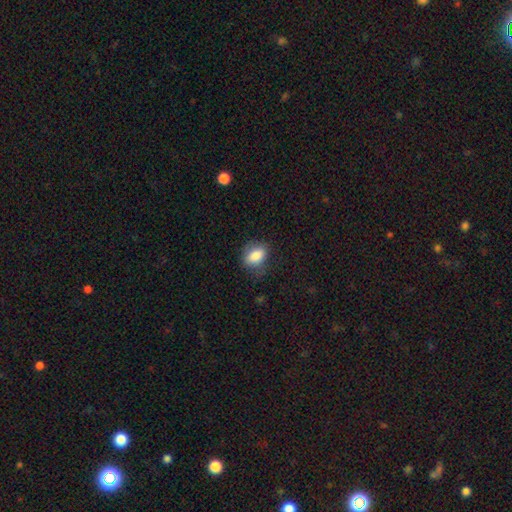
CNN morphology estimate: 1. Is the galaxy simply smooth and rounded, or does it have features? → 84% smooth, 8% featured or disk, 8% star or artifact.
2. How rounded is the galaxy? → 80% in between, 18% round, 2% cigar-shaped.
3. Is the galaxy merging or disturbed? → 73% none, 20% minor disturbance, 6% major disturbance, 1% merger.